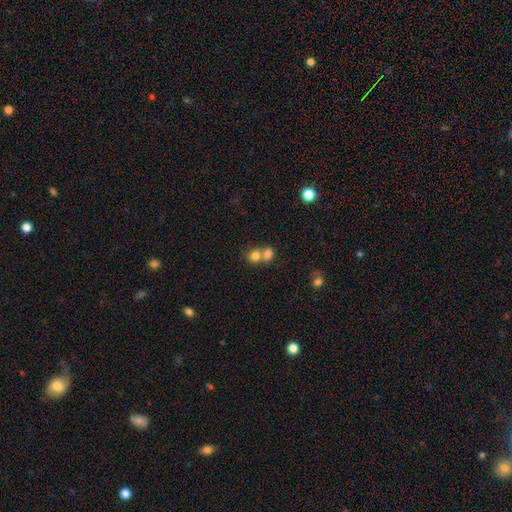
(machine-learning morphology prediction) Smooth or featured? smooth (78%)
How rounded? round (75%)
Merging? merger (58%)